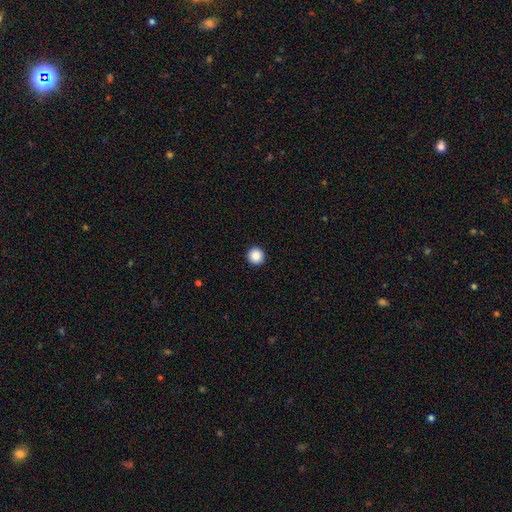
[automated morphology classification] This appears to be a smooth galaxy with no disk features (87%) that is round (96%). Merging: none (94%).